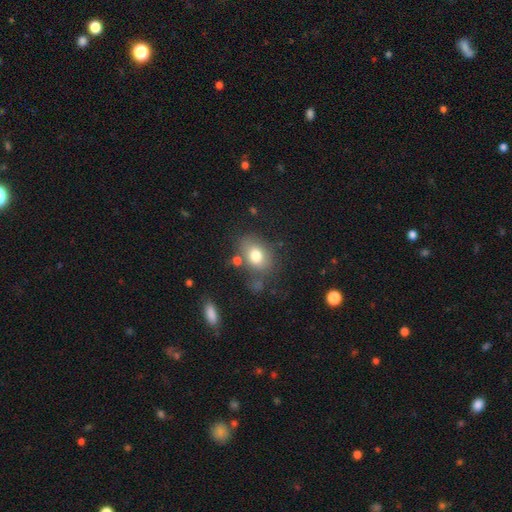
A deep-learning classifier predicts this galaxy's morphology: Smooth or featured: smooth — 76% (featured or disk — 15%)
How rounded: in between — 72% (round — 26%)
Merging: none — 65% (minor disturbance — 19%)